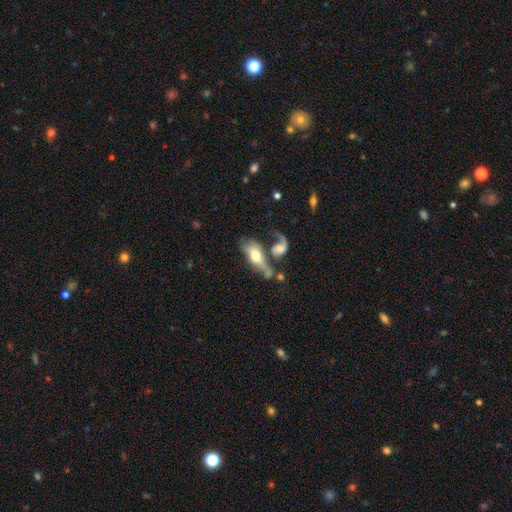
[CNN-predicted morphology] A smooth galaxy with no disk features (50%). Merging: merger (48%).